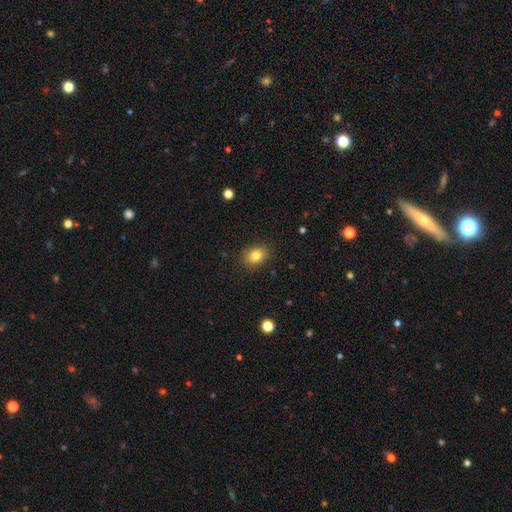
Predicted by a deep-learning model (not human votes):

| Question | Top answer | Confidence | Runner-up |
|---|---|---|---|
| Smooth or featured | smooth | 82% | star or artifact (11%) |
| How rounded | in between | 51% | round (48%) |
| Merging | none | 88% | minor disturbance (9%) |